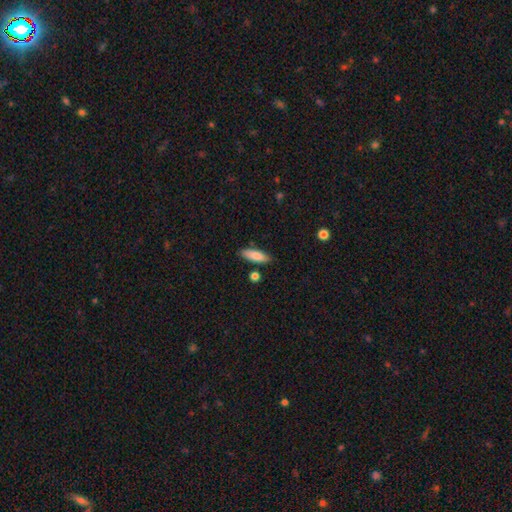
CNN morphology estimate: Smooth or featured?
  - smooth: 84% *
  - featured or disk: 10%
  - star or artifact: 6%
How rounded?
  - cigar-shaped: 50% *
  - in between: 48%
  - round: 2%
Merging?
  - none: 83% *
  - minor disturbance: 11%
  - merger: 4%
  - major disturbance: 2%